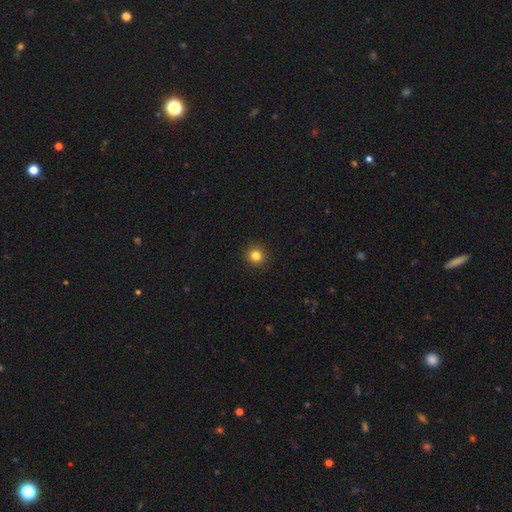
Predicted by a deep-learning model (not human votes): Q: Smooth or featured?
A: smooth (83%); runner-up: star or artifact (12%)
Q: How rounded?
A: round (94%); runner-up: in between (5%)
Q: Merging?
A: none (93%); runner-up: minor disturbance (4%)